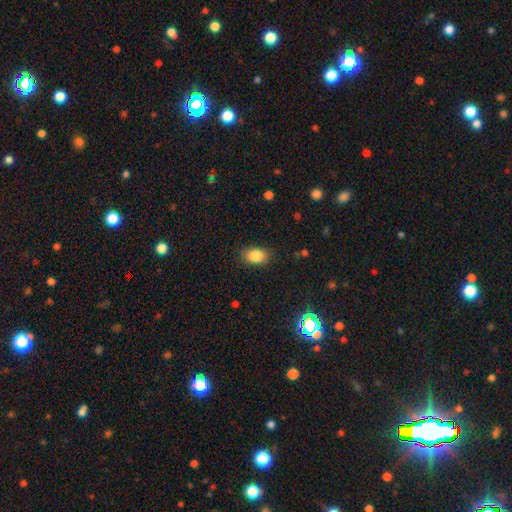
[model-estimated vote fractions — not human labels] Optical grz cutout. It shows a smooth galaxy with no disk features (86%) that is in between round and cigar-shaped (81%). Merging: none (83%).